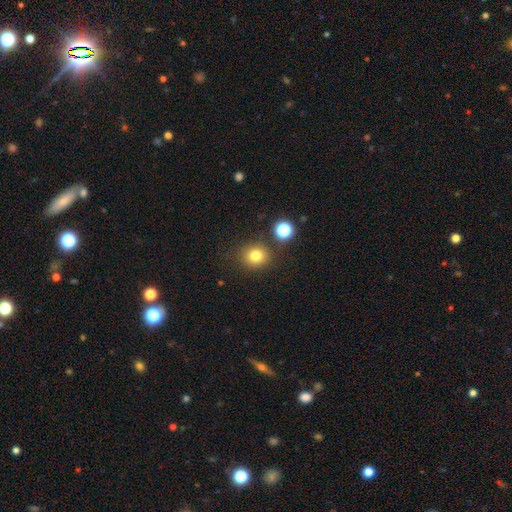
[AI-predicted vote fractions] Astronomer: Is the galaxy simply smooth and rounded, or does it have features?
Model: smooth — 78%.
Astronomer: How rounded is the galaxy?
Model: round — 84%.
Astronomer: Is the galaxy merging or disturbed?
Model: none — 82%.